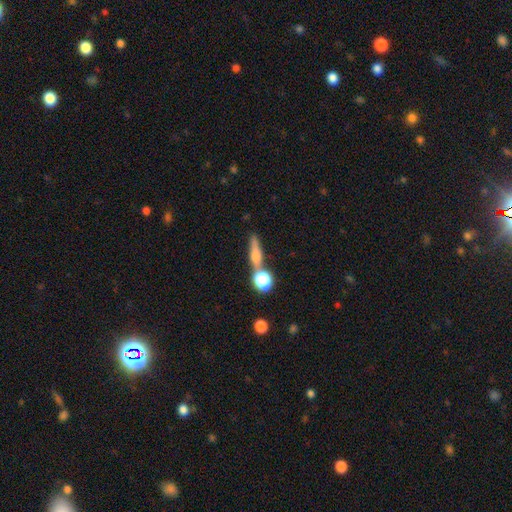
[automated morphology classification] The model was most divided on "smooth or featured": smooth: 55%, featured or disk: 31%, star or artifact: 14%. More confident: merging — none (61%); how rounded — cigar-shaped (56%).